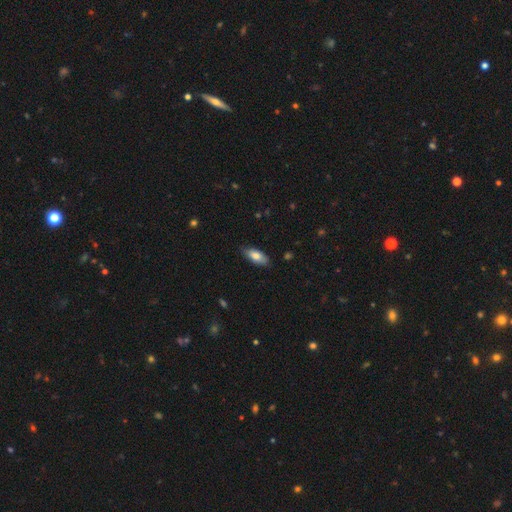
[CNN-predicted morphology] smooth-or-featured: smooth: 78% | featured or disk: 16% | star or artifact: 6%
  how-rounded: in between: 83% | cigar-shaped: 14% | round: 2%
  merging: none: 83% | minor disturbance: 14% | major disturbance: 2% | merger: 1%